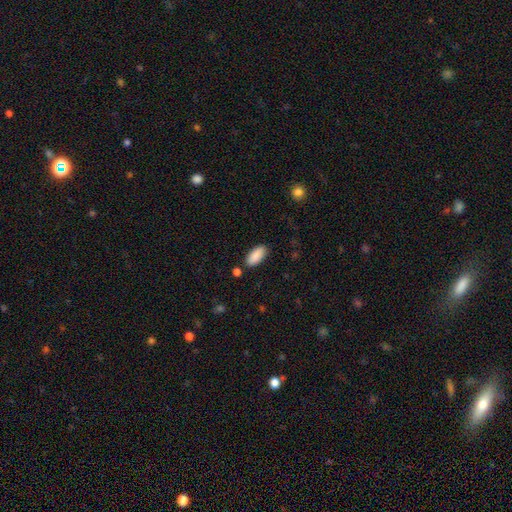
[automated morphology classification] This is clearly a smooth galaxy (89%). How rounded: clearly in between (88%). Merging: clearly none (84%).